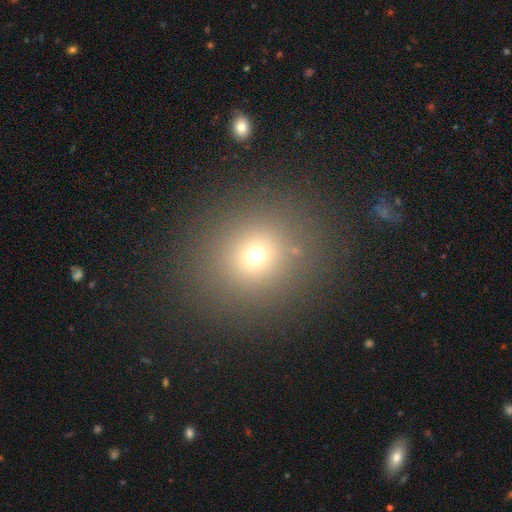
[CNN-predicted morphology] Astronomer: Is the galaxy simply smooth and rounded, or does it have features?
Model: smooth — 67%.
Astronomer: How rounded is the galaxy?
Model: round — 87%.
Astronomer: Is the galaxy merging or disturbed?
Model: none — 87%.